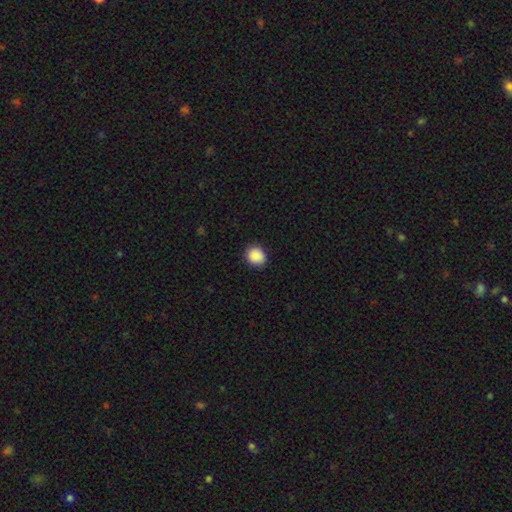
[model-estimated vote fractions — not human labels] smooth_or_featured: smooth (p=0.89) [alt: star or artifact p=0.08]
how_rounded: round (p=0.74) [alt: in between p=0.25]
merging: none (p=0.88) [alt: minor disturbance p=0.09]